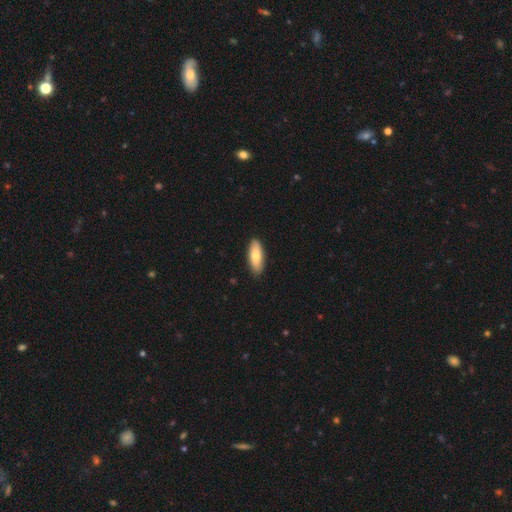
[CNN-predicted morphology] Smooth or featured?
  - smooth: 78% *
  - featured or disk: 17%
  - star or artifact: 5%
How rounded?
  - in between: 73% *
  - cigar-shaped: 25%
  - round: 2%
Merging?
  - none: 88% *
  - minor disturbance: 9%
  - major disturbance: 2%
  - merger: 1%